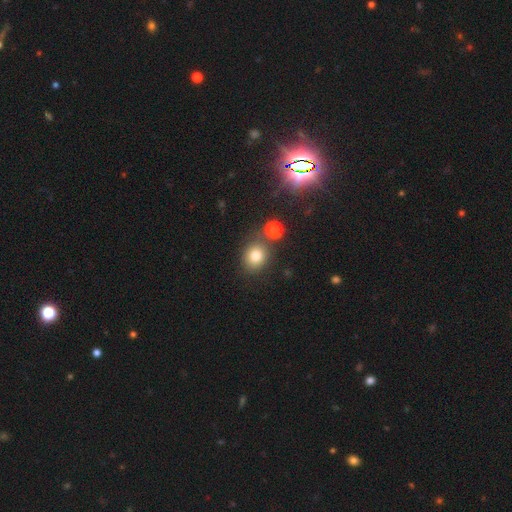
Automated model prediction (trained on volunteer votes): The model was most divided on "how rounded": round: 69%, in between: 30%, cigar-shaped: 1%. More confident: smooth or featured — smooth (79%); merging — none (68%).